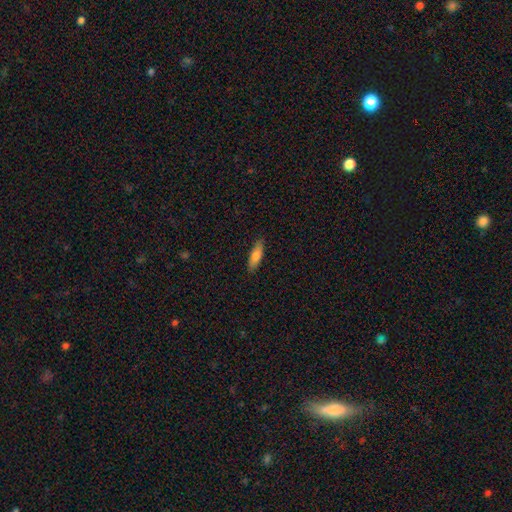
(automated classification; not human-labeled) smooth_or_featured: smooth (p=0.75) [alt: featured or disk p=0.19]
how_rounded: cigar-shaped (p=0.53) [alt: in between p=0.45]
merging: none (p=0.88) [alt: minor disturbance p=0.09]